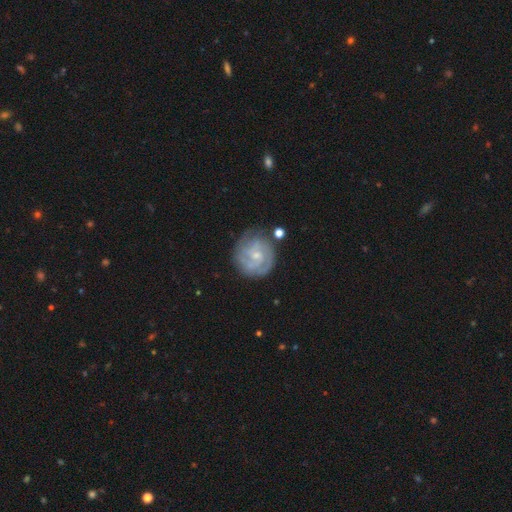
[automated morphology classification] smooth-or-featured: featured or disk: 75% | smooth: 19% | star or artifact: 6%
  disk-edge-on: no: 98% | yes: 2%
    bar: no: 64% | weak: 32% | strong: 5%
    has-spiral-arms: yes: 88% | no: 12%
      spiral-winding: tight: 64% | medium: 28% | loose: 8%
      spiral-arm-count: can't tell: 38% | 2: 25% | 3: 20% | 4: 8% | 1: 5% | more than 4: 5%
    bulge-size: small: 70% | moderate: 23% | none: 4% | large: 1% | dominant: 1%
  merging: none: 69% | minor disturbance: 19% | major disturbance: 7% | merger: 4%